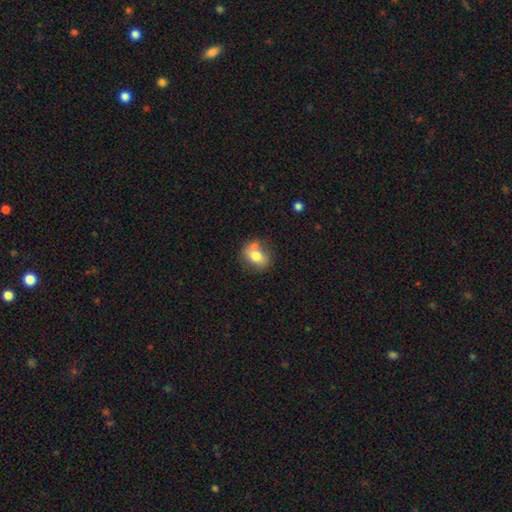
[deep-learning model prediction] Morphology: type=smooth (73%); roundness=in between (65%); merging=none (55%).